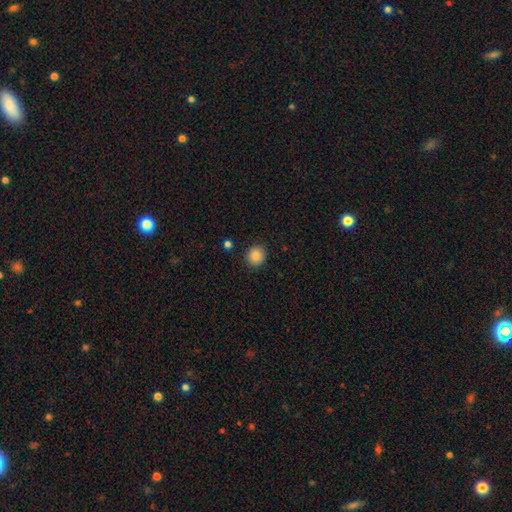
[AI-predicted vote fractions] Smooth or featured?
  - smooth: 87% *
  - star or artifact: 10%
  - featured or disk: 4%
How rounded?
  - round: 84% *
  - in between: 15%
  - cigar-shaped: 1%
Merging?
  - none: 90% *
  - minor disturbance: 6%
  - major disturbance: 2%
  - merger: 2%